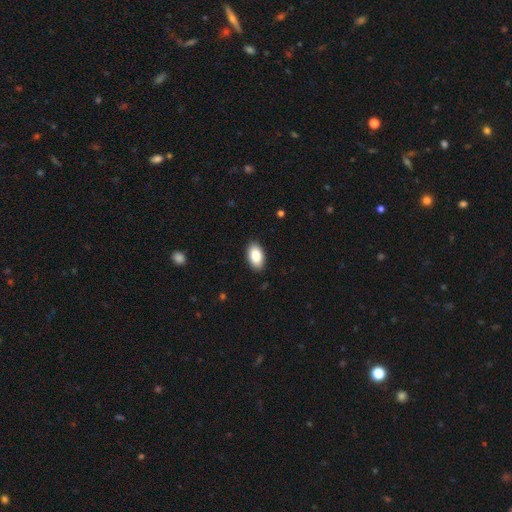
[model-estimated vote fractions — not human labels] Smooth or featured?
  - smooth: 88% *
  - star or artifact: 6%
  - featured or disk: 6%
How rounded?
  - in between: 95% *
  - round: 3%
  - cigar-shaped: 2%
Merging?
  - none: 89% *
  - minor disturbance: 8%
  - major disturbance: 2%
  - merger: 1%